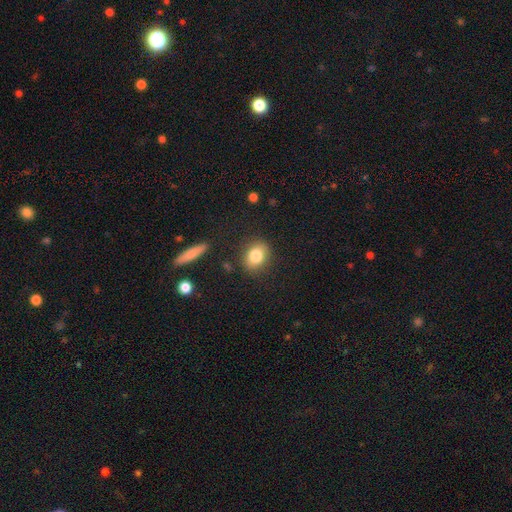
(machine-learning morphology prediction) This is clearly a smooth galaxy (81%). How rounded: possibly in between (57%). Merging: clearly none (84%).